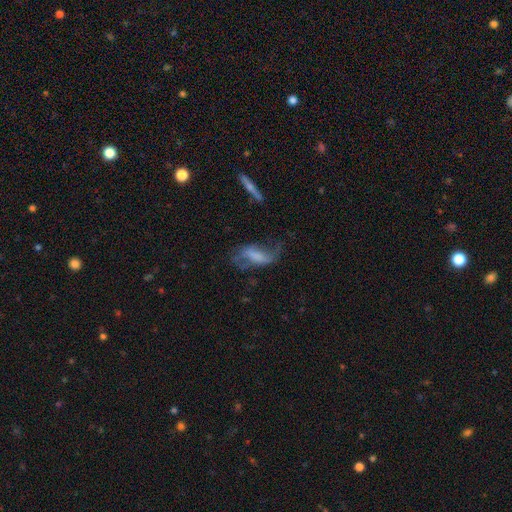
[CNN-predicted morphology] Smooth or featured? Predicted: featured or disk (p=0.54). Edge-on disk? Predicted: no (p=0.90). Merging? Predicted: major disturbance (p=0.38).